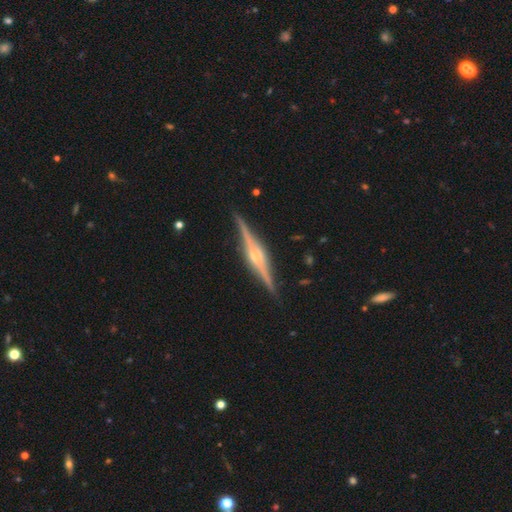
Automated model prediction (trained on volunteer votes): This is clearly a featured or disk galaxy (88%). It is clearly viewed edge-on (98%). Edge-on bulge: likely rounded (77%). Merging: clearly none (90%).